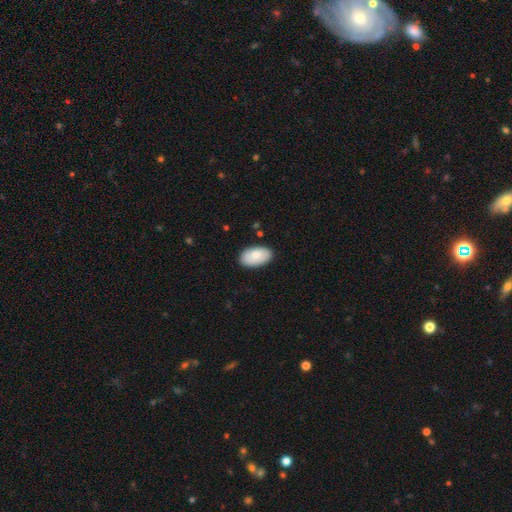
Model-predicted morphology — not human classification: This appears to be a smooth galaxy with no disk features (77%) that is in between round and cigar-shaped (95%). Merging: none (85%).